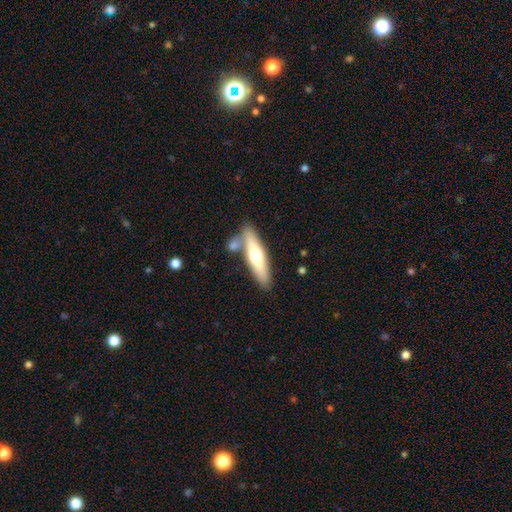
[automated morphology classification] Overall: smooth (53%; featured or disk 42%). How rounded: cigar-shaped (74%). Merging: none (69%).